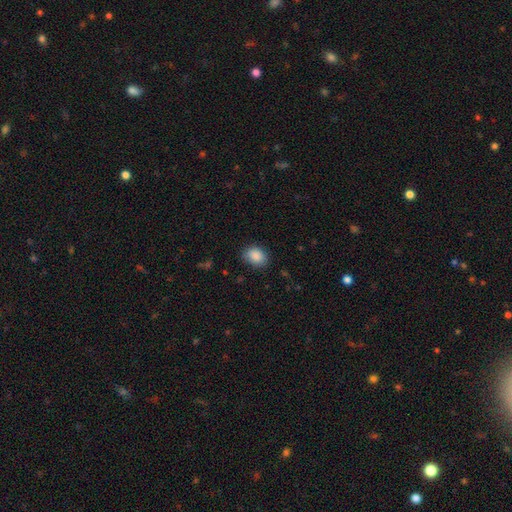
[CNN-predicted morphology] smooth-or-featured: smooth: 89% | star or artifact: 8% | featured or disk: 4%
  how-rounded: in between: 64% | round: 35% | cigar-shaped: 1%
  merging: none: 82% | minor disturbance: 14% | major disturbance: 3% | merger: 1%